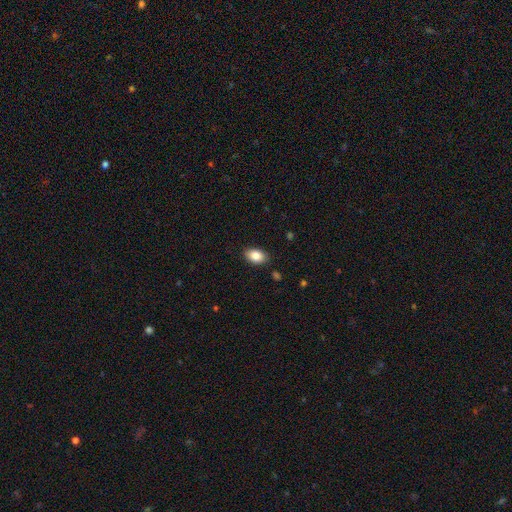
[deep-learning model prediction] Smooth or featured?
  - smooth: 85% *
  - star or artifact: 8%
  - featured or disk: 7%
How rounded?
  - in between: 90% *
  - round: 9%
  - cigar-shaped: 1%
Merging?
  - none: 87% *
  - minor disturbance: 9%
  - major disturbance: 2%
  - merger: 1%